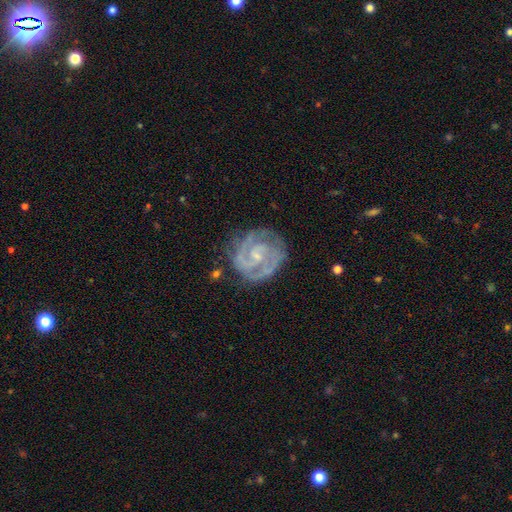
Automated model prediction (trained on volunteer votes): Morphology: type=featured or disk (89%); edge-on=no (98%); bar=no (53%); spiral arms=yes (97%); winding=tight (66%); arm count=2 (58%); bulge=small (67%); merging=none (75%).